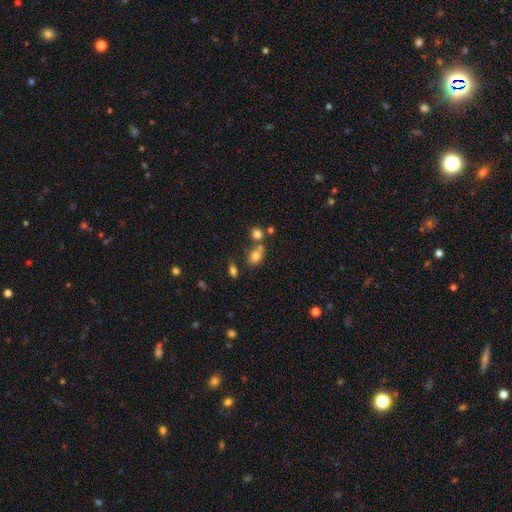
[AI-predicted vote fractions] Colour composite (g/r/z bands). It shows a smooth galaxy with no disk features (77%) that is in between round and cigar-shaped (60%). Merging: none (49%).